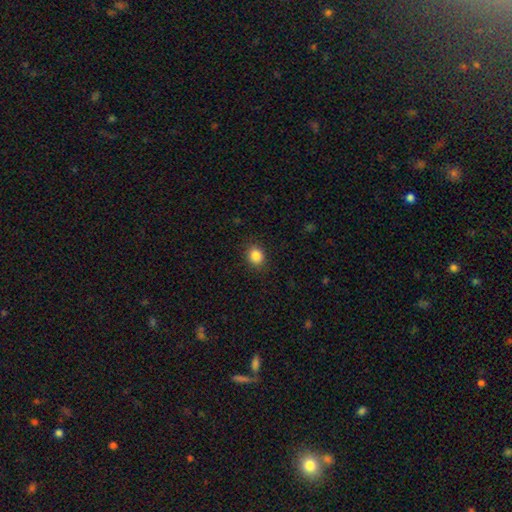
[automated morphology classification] This is clearly a smooth galaxy (85%). How rounded: likely round (66%). Merging: clearly none (88%).